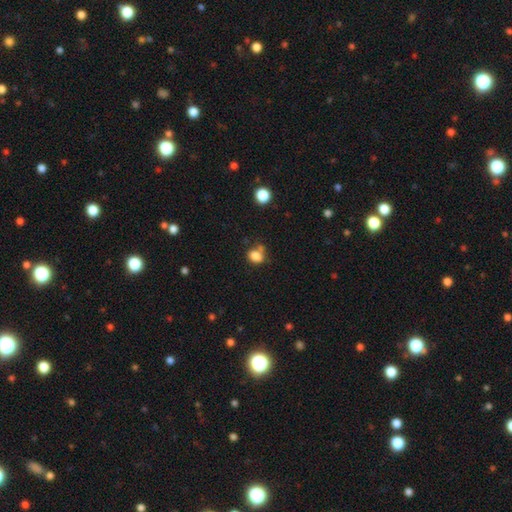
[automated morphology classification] smooth_or_featured: smooth (p=0.82) [alt: star or artifact p=0.12]
how_rounded: round (p=0.56) [alt: in between p=0.43]
merging: none (p=0.57) [alt: minor disturbance p=0.19]